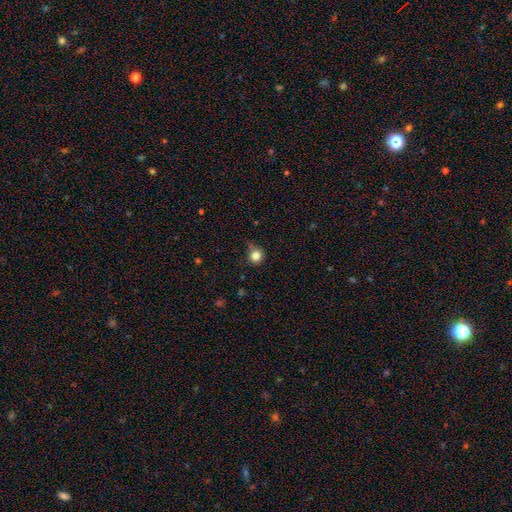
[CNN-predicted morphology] Smooth or featured? Predicted: smooth (p=0.82). How rounded? Predicted: round (p=0.88). Merging? Predicted: none (p=0.66).